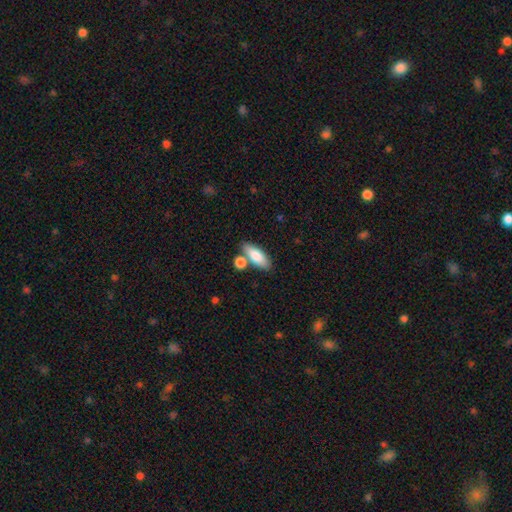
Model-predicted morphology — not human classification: smooth_or_featured: smooth (p=0.81) [alt: featured or disk p=0.13]
how_rounded: in between (p=0.75) [alt: cigar-shaped p=0.21]
merging: none (p=0.65) [alt: merger p=0.21]